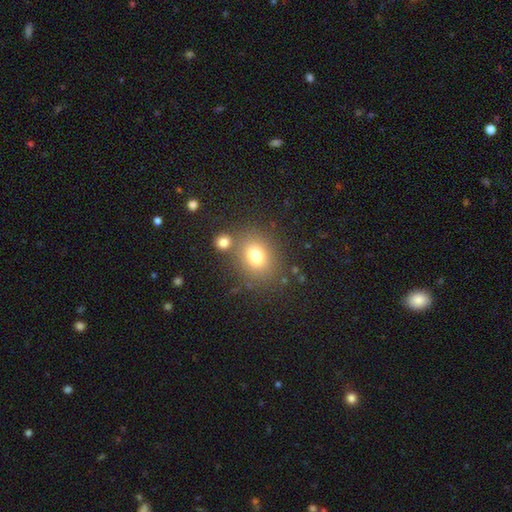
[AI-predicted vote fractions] This appears to be a smooth galaxy with no disk features (76%) that is round (57%). Merging: none (71%).